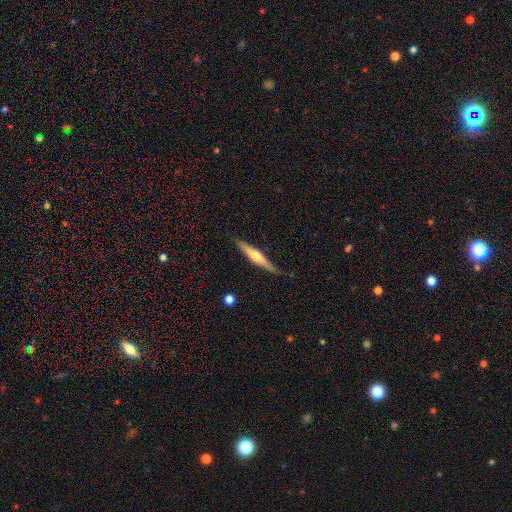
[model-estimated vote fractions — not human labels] A featured or disk galaxy (65%) viewed edge-on (97%) with a rounded central bulge (87%).

Vote fractions:
- Smooth or featured? featured or disk: 65% / smooth: 29% / star or artifact: 5%
- Edge-on disk? yes: 97% / no: 3%
- Edge-on bulge? rounded: 87% / none: 7% / boxy: 6%
- Merging? none: 86% / minor disturbance: 11% / major disturbance: 2% / merger: 1%